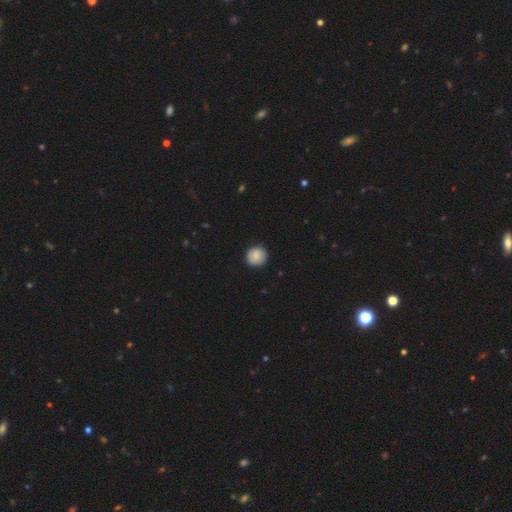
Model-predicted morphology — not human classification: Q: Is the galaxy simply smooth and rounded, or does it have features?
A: smooth — 86%.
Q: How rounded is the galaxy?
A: round — 92%.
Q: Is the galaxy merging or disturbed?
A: none — 90%.